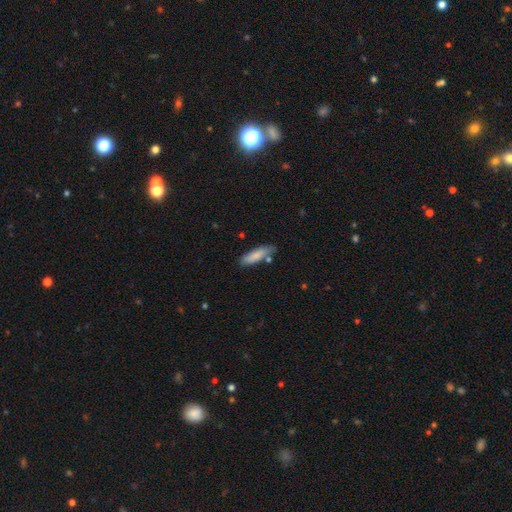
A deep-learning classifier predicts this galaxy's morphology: Overall: smooth (82%). How rounded: cigar-shaped (62%; in between 36%). Merging: none (72%).